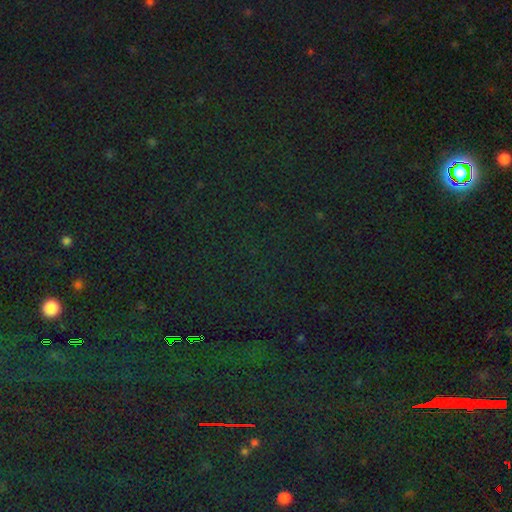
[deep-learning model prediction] Smooth or featured? Predicted: star or artifact (p=0.83).